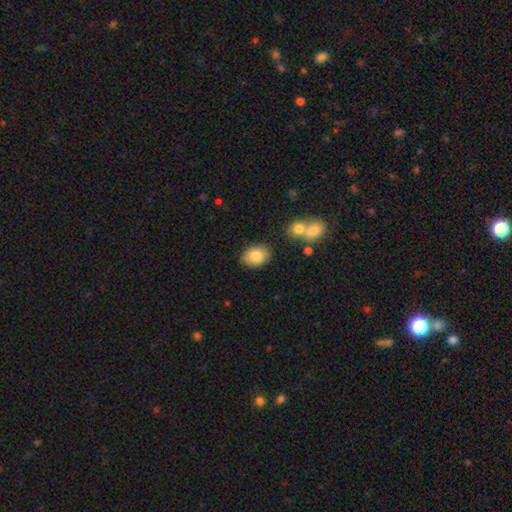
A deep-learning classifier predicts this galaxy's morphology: Overall: smooth (83%). How rounded: in between (77%). Merging: none (83%).